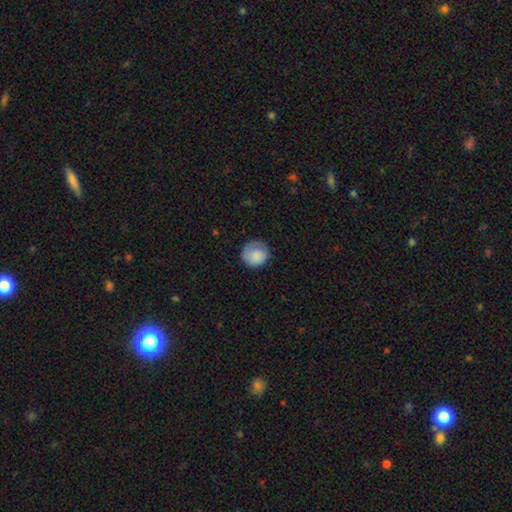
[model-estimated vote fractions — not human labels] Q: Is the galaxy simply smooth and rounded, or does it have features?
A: smooth — 80%.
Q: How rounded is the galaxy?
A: round — 88%.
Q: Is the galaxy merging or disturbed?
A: none — 69%.